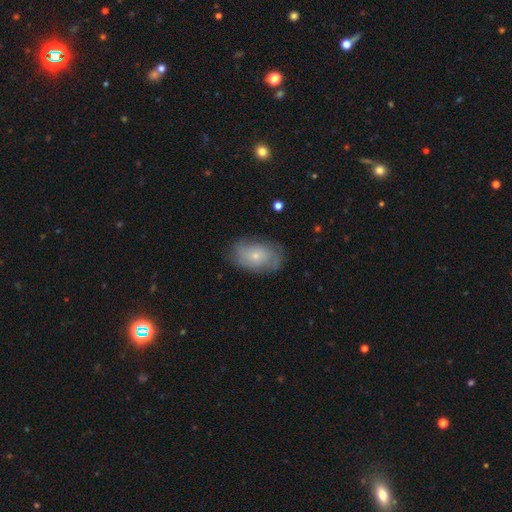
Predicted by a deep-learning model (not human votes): Smooth or featured? featured or disk (46%, tied with smooth)
Merging? none (73%)